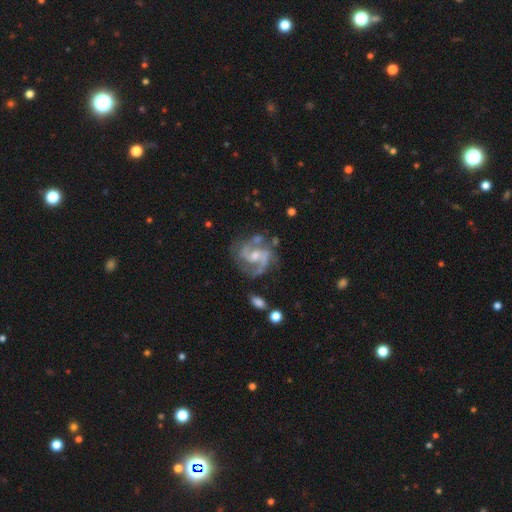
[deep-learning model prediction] Smooth or featured? Predicted: featured or disk (p=0.90). Edge-on disk? Predicted: no (p=0.98). Bar? Predicted: weak (p=0.45). Spiral arms? Predicted: yes (p=0.97). Spiral winding? Predicted: medium (p=0.60). Spiral arm count? Predicted: 2 (p=0.82). Bulge size? Predicted: moderate (p=0.46). Merging? Predicted: none (p=0.64).